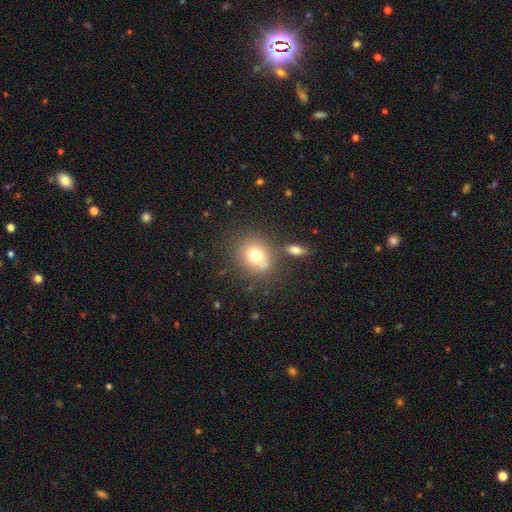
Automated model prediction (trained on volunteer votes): This is likely a smooth galaxy (73%). How rounded: likely round (68%). Merging: likely none (66%).